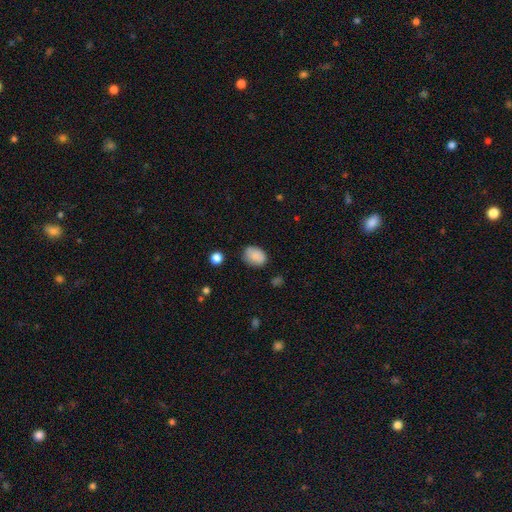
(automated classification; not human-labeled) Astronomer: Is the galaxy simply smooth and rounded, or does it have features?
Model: smooth — 86%.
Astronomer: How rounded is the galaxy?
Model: in between — 75%.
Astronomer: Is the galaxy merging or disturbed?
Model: none — 74%.